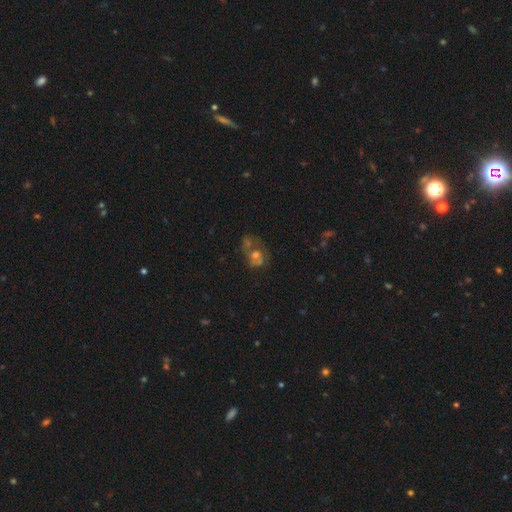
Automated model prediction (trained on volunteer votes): featured or disk 43%, smooth 36%, star or artifact 21%. Down the decision tree: merging — none (34%).